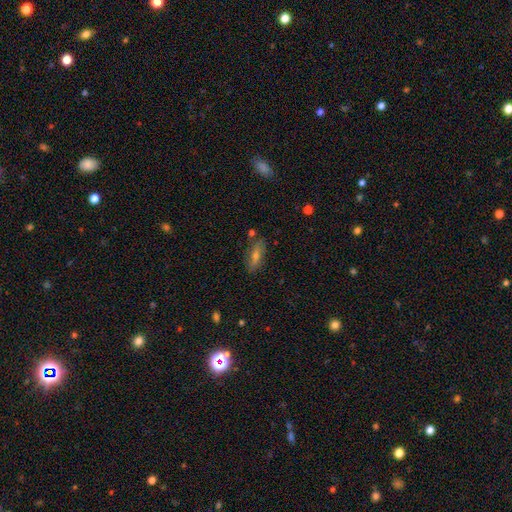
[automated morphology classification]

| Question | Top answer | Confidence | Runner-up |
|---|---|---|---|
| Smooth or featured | smooth | 50% | featured or disk (35%) |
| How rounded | in between | 55% | cigar-shaped (40%) |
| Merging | none | 82% | minor disturbance (12%) |